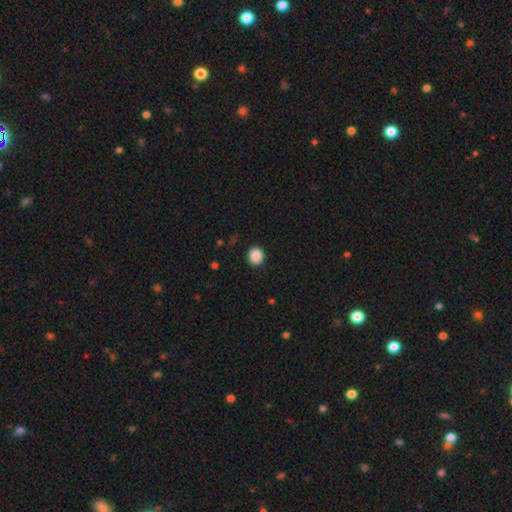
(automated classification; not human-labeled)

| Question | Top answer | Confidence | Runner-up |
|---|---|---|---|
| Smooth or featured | smooth | 88% | star or artifact (9%) |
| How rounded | round | 84% | in between (15%) |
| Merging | none | 91% | minor disturbance (6%) |